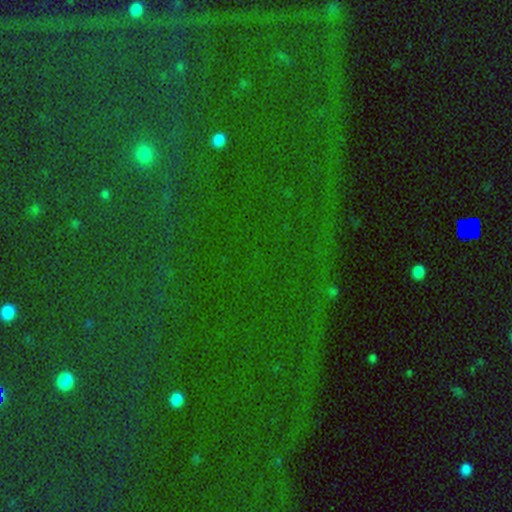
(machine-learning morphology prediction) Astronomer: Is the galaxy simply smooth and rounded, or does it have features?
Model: star or artifact — 80%.